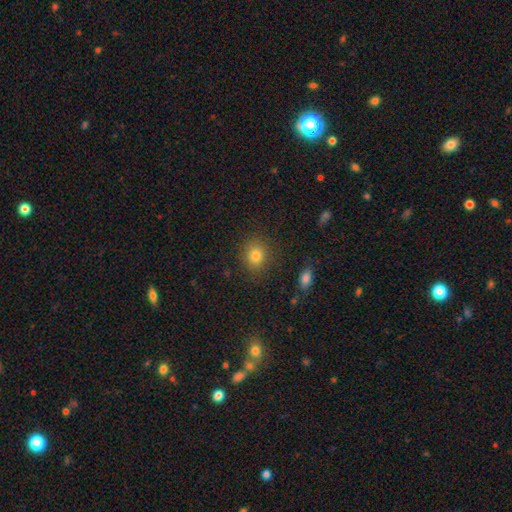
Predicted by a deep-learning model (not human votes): Smooth or featured? Predicted: smooth (p=0.81). How rounded? Predicted: round (p=0.69). Merging? Predicted: none (p=0.86).